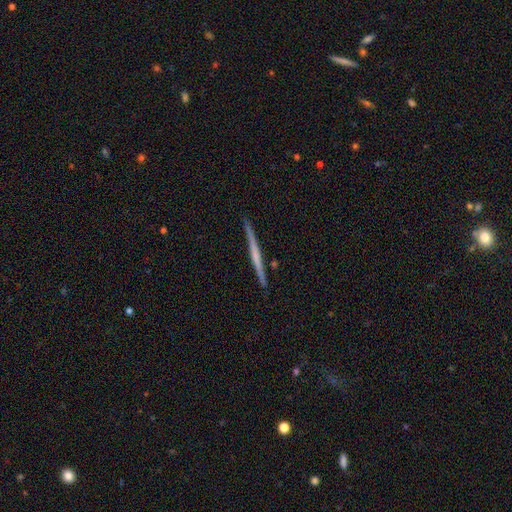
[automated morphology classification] Smooth or featured?
  - featured or disk: 62% *
  - smooth: 33%
  - star or artifact: 5%
Edge-on disk?
  - yes: 98% *
  - no: 2%
Edge-on bulge?
  - none: 72% *
  - rounded: 20%
  - boxy: 8%
Merging?
  - none: 92% *
  - minor disturbance: 6%
  - major disturbance: 1%
  - merger: 1%